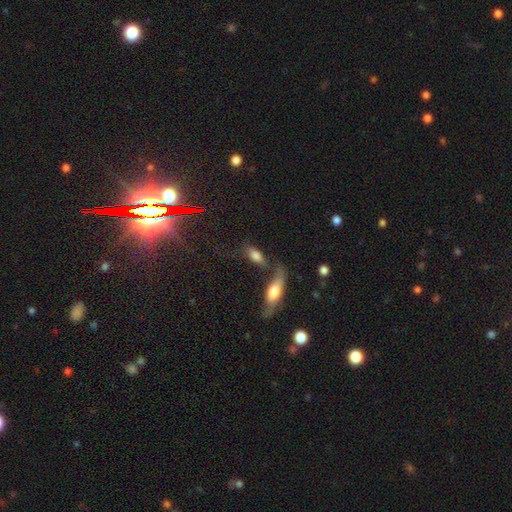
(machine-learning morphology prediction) smooth-or-featured: smooth: 73% | featured or disk: 17% | star or artifact: 11%
  how-rounded: in between: 78% | cigar-shaped: 18% | round: 5%
  merging: none: 51% | merger: 26% | minor disturbance: 15% | major disturbance: 8%